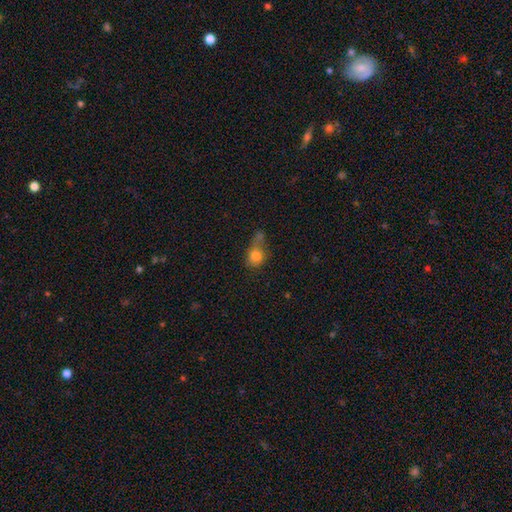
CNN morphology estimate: Smooth or featured? Predicted: smooth (p=0.78). How rounded? Predicted: round (p=0.60). Merging? Predicted: merger (p=0.37).